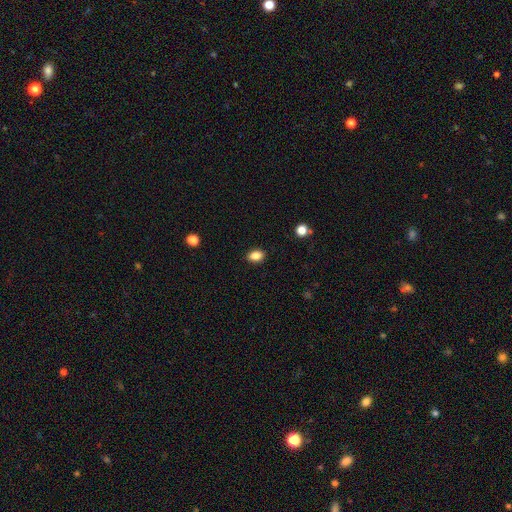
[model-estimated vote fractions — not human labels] smooth 86%, star or artifact 10%, featured or disk 5%. Down the decision tree: how rounded — in between (80%); merging — none (89%).